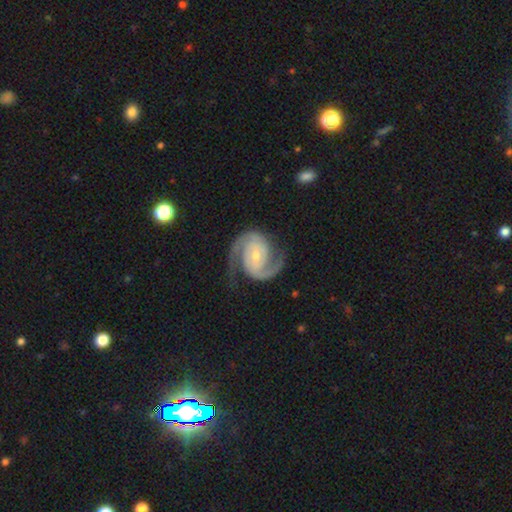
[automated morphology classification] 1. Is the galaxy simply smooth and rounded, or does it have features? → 93% featured or disk, 4% star or artifact, 4% smooth.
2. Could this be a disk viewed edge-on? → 98% no, 2% yes.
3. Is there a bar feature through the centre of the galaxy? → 45% no, 39% weak, 15% strong.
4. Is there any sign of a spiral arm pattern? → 98% yes, 2% no.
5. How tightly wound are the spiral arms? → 53% medium, 36% tight, 12% loose.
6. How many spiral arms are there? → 92% 2, 2% 3, 2% can't tell, 1% 1, 1% 4, 1% more than 4.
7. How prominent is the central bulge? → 55% small, 40% moderate, 2% large, 2% none, 1% dominant.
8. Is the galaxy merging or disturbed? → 77% none, 14% minor disturbance, 7% major disturbance, 1% merger.